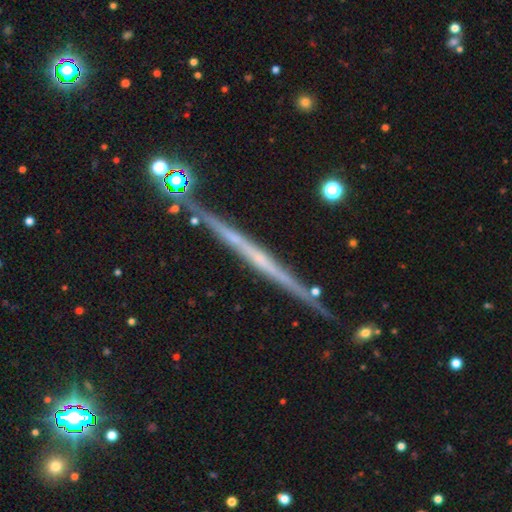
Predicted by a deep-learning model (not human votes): smooth_or_featured: featured or disk (p=0.67) [alt: smooth p=0.22]
disk_edge_on: yes (p=0.97) [alt: no p=0.03]
edge_on_bulge: none (p=0.83) [alt: rounded p=0.12]
merging: none (p=0.87) [alt: minor disturbance p=0.09]